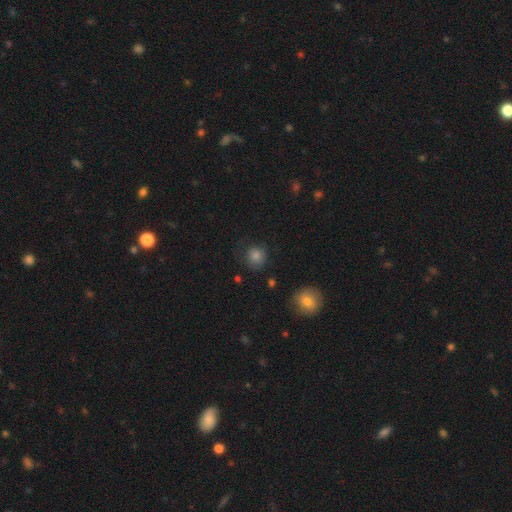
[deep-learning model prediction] A smooth galaxy with no disk features (79%) that is round (89%).

Vote fractions:
- Smooth or featured? smooth: 79% / star or artifact: 14% / featured or disk: 8%
- How rounded? round: 89% / in between: 10% / cigar-shaped: 1%
- Merging? none: 77% / minor disturbance: 15% / major disturbance: 6% / merger: 2%